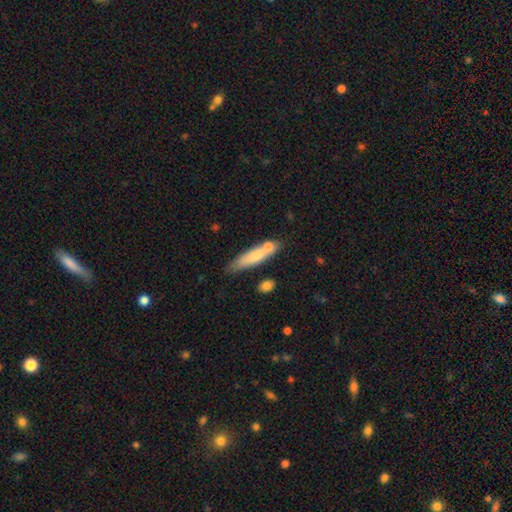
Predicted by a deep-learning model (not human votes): The model was most divided on "merging": none: 56%, merger: 22%, minor disturbance: 18%, major disturbance: 5%. More confident: how rounded — cigar-shaped (76%); smooth or featured — smooth (69%).